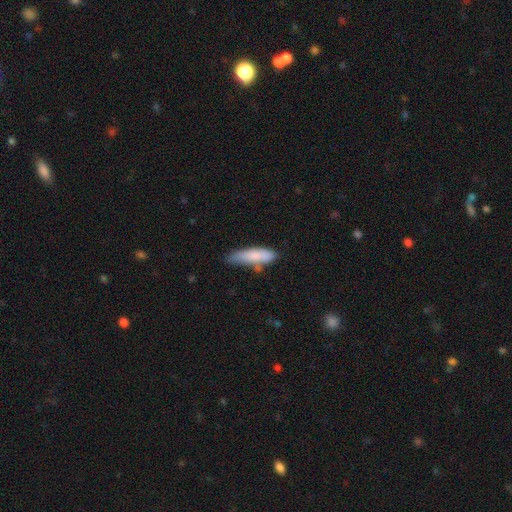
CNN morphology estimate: Q: Smooth or featured?
A: smooth (81%); runner-up: featured or disk (13%)
Q: How rounded?
A: cigar-shaped (66%); runner-up: in between (32%)
Q: Merging?
A: none (58%); runner-up: minor disturbance (28%)